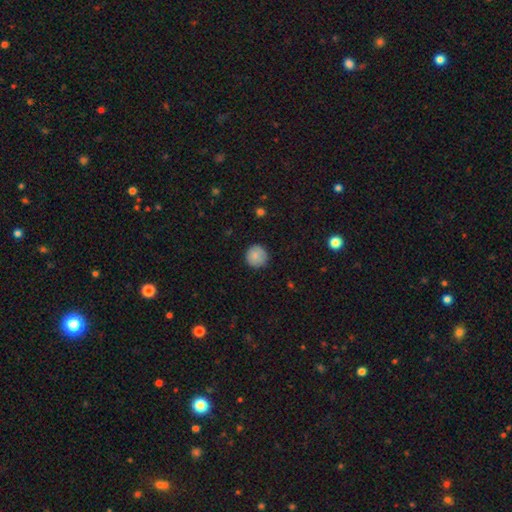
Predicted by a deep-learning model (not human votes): Q: Smooth or featured?
A: smooth (84%); runner-up: star or artifact (8%)
Q: How rounded?
A: round (95%); runner-up: in between (4%)
Q: Merging?
A: none (88%); runner-up: minor disturbance (9%)